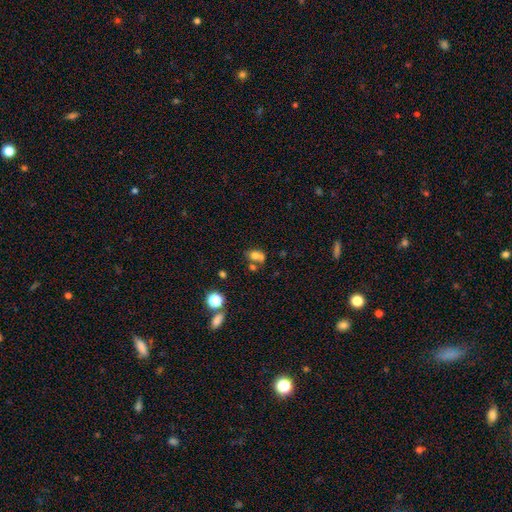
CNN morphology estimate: The model was most divided on "how rounded": in between: 53%, round: 45%, cigar-shaped: 2%. Remaining: smooth or featured — smooth (67%); merging — merger (45%).